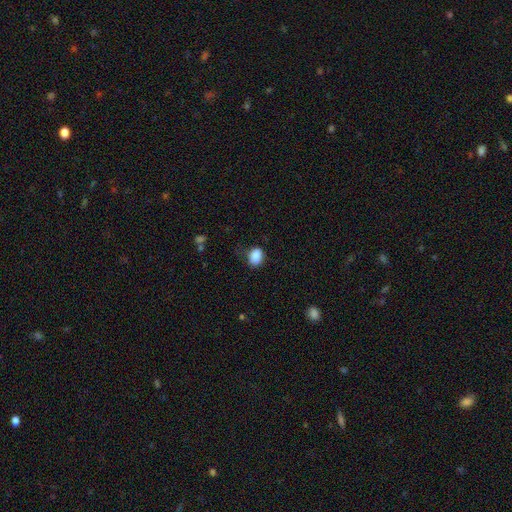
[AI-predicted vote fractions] Morphology: type=smooth (87%); roundness=in between (62%); merging=none (68%).